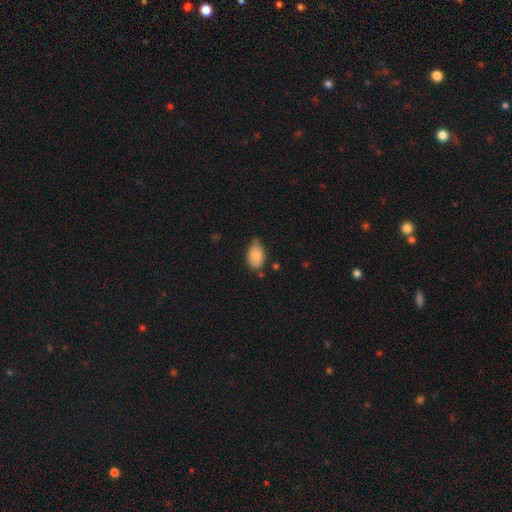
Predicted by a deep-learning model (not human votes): Smooth or featured: smooth — 86% (star or artifact — 7%)
How rounded: in between — 88% (round — 10%)
Merging: none — 65% (minor disturbance — 27%)